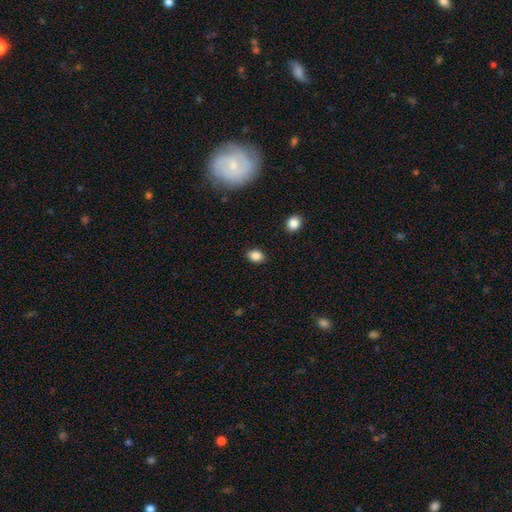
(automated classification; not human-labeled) A smooth galaxy with no disk features (86%) that is in between round and cigar-shaped (66%).

Vote fractions:
- Smooth or featured? smooth: 86% / star or artifact: 10% / featured or disk: 4%
- How rounded? in between: 66% / round: 33% / cigar-shaped: 1%
- Merging? none: 87% / minor disturbance: 9% / major disturbance: 2% / merger: 1%